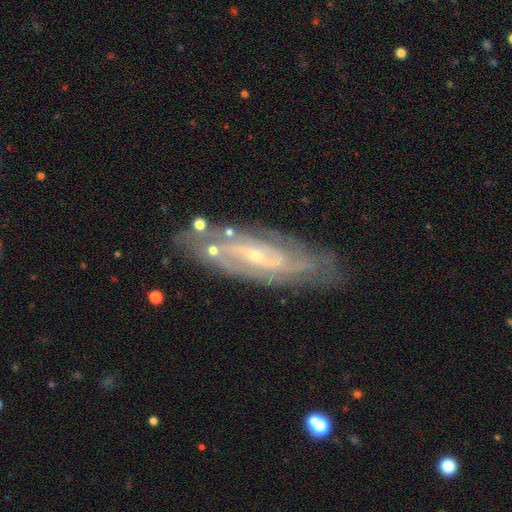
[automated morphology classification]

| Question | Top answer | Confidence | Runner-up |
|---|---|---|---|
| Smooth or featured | featured or disk | 86% | smooth (8%) |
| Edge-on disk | no | 86% | yes (14%) |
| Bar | weak | 38% | strong (32%) |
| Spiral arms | yes | 94% | no (6%) |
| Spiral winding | tight | 49% | medium (39%) |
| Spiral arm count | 2 | 50% | can't tell (25%) |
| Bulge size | small | 78% | moderate (18%) |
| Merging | none | 76% | minor disturbance (16%) |